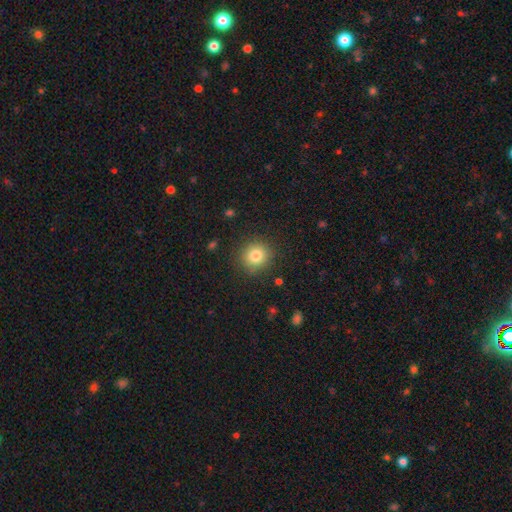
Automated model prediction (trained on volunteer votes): Smooth or featured?
  - smooth: 82% *
  - star or artifact: 11%
  - featured or disk: 7%
How rounded?
  - round: 90% *
  - in between: 9%
  - cigar-shaped: 1%
Merging?
  - none: 88% *
  - minor disturbance: 8%
  - major disturbance: 3%
  - merger: 1%